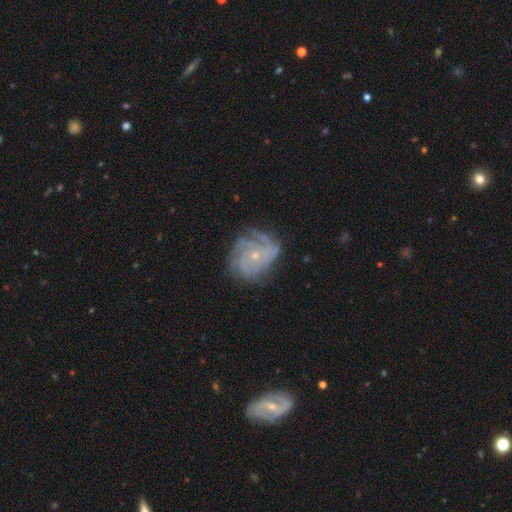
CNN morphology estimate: smooth_or_featured: featured or disk (p=0.85) [alt: star or artifact p=0.08]
disk_edge_on: no (p=0.98) [alt: yes p=0.02]
bar: no (p=0.79) [alt: weak p=0.17]
has_spiral_arms: yes (p=0.97) [alt: no p=0.03]
spiral_winding: tight (p=0.64) [alt: medium p=0.30]
spiral_arm_count: 4 (p=0.30) [alt: 3 p=0.23]
bulge_size: small (p=0.75) [alt: moderate p=0.21]
merging: none (p=0.73) [alt: minor disturbance p=0.19]